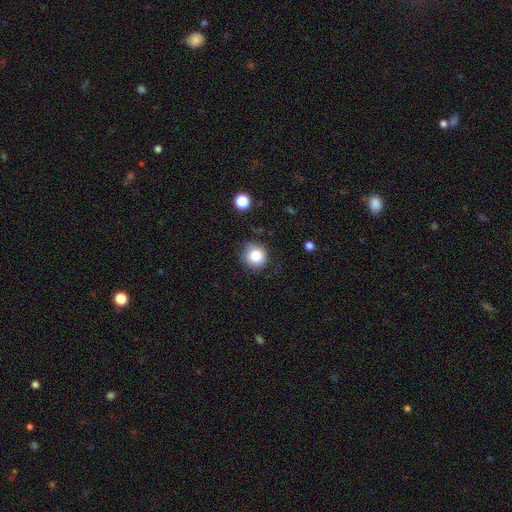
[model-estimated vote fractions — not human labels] Q: Smooth or featured?
A: smooth (82%); runner-up: star or artifact (11%)
Q: How rounded?
A: round (91%); runner-up: in between (8%)
Q: Merging?
A: none (79%); runner-up: minor disturbance (15%)